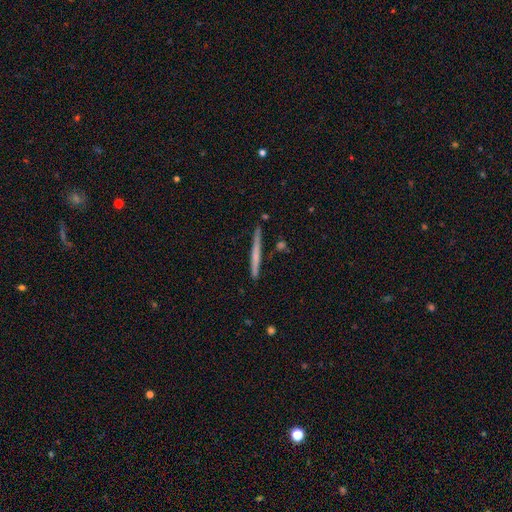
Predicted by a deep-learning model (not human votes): Smooth or featured? smooth (51%)
How rounded? cigar-shaped (97%)
Merging? none (87%)